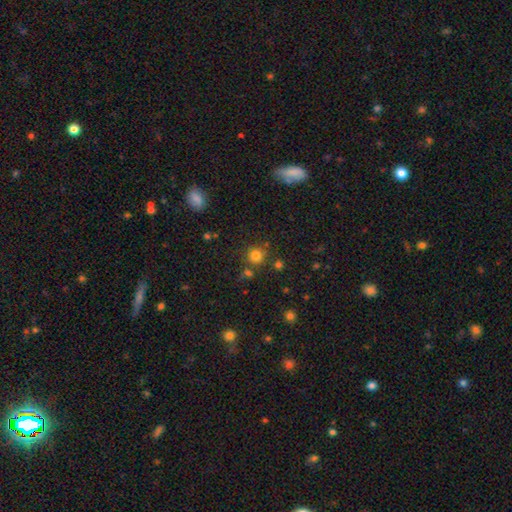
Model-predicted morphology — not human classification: smooth_or_featured: smooth (p=0.77) [alt: star or artifact p=0.17]
how_rounded: round (p=0.93) [alt: in between p=0.06]
merging: none (p=0.78) [alt: merger p=0.09]